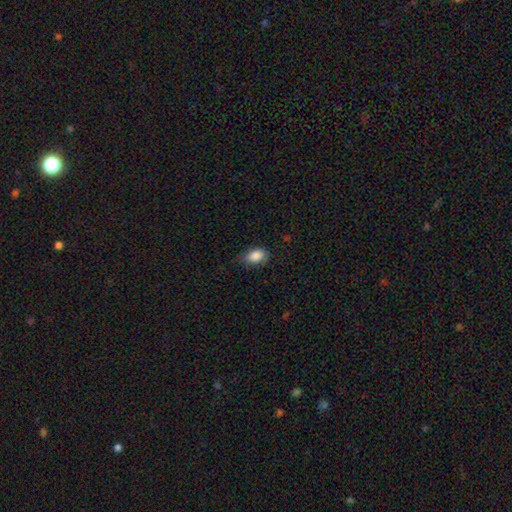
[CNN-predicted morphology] This appears to be a smooth galaxy with no disk features (87%) that is in between round and cigar-shaped (89%). Merging: none (64%).